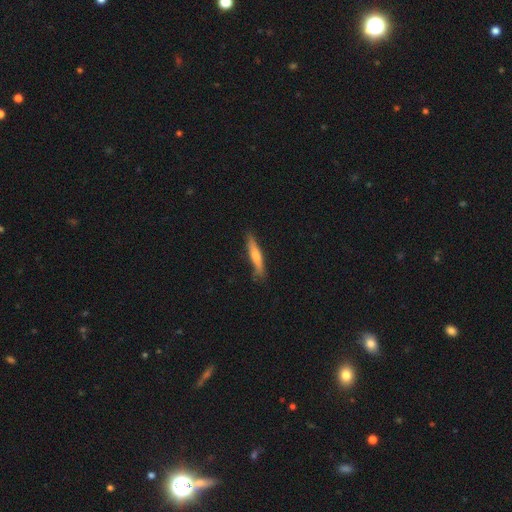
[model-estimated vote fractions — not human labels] Morphology: type=smooth (63%); roundness=cigar-shaped (88%); merging=none (76%).